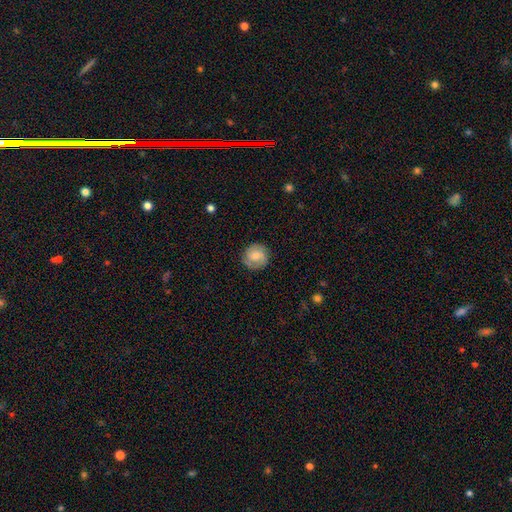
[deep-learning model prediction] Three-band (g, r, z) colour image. It shows a smooth galaxy with no disk features (57%) that is round (89%). Merging: none (82%).